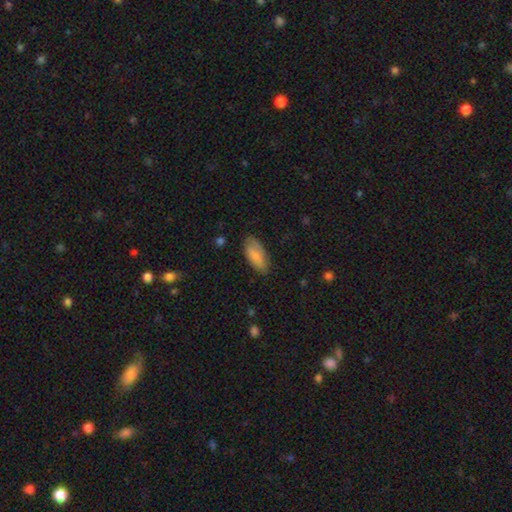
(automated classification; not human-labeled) Smooth or featured? smooth (78%)
How rounded? in between (88%)
Merging? none (76%)